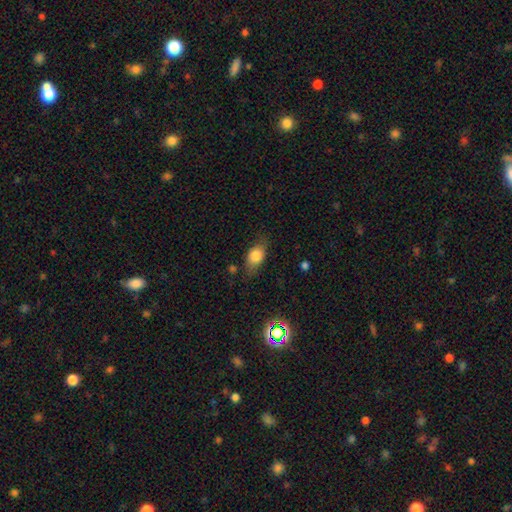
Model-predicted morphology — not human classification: This appears to be a smooth galaxy with no disk features (77%) that is in between round and cigar-shaped (78%). Merging: none (71%).